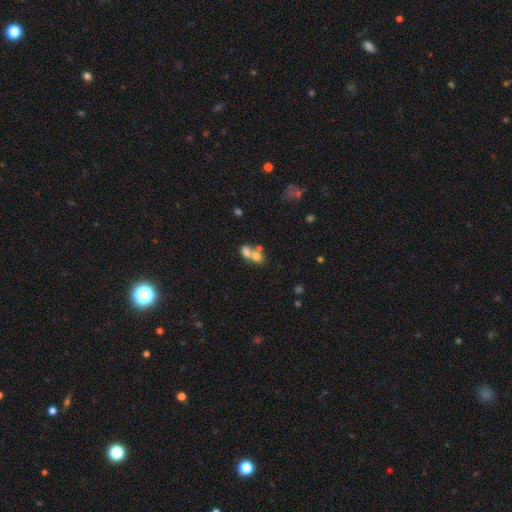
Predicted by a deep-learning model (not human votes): smooth 67%, featured or disk 21%, star or artifact 12%. Down the decision tree: how rounded — in between (52%); merging — merger (67%).